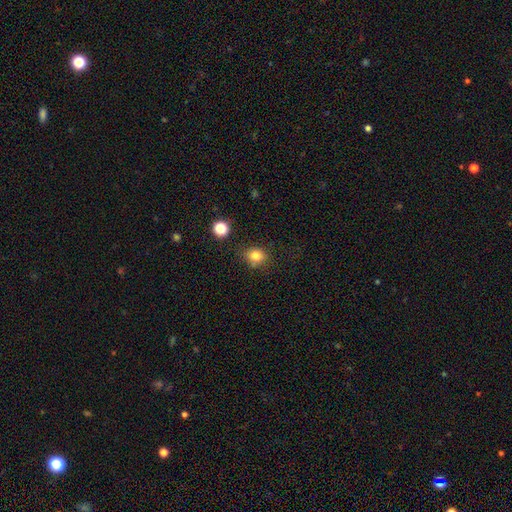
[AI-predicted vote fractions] A smooth galaxy with no disk features (81%) that is round (67%).

Vote fractions:
- Smooth or featured? smooth: 81% / star or artifact: 12% / featured or disk: 6%
- How rounded? round: 67% / in between: 32% / cigar-shaped: 1%
- Merging? none: 76% / minor disturbance: 15% / merger: 4% / major disturbance: 4%